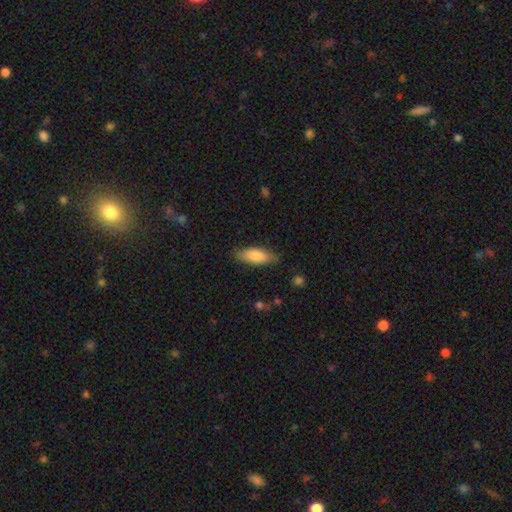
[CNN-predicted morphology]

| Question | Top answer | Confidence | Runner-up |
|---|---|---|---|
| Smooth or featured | smooth | 84% | featured or disk (10%) |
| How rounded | in between | 74% | cigar-shaped (24%) |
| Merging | none | 80% | minor disturbance (16%) |